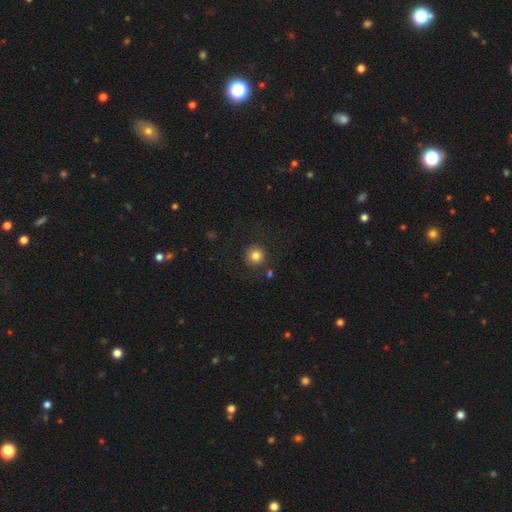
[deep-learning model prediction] The model was most divided on "smooth or featured": smooth: 82%, star or artifact: 11%, featured or disk: 6%. More confident: how rounded — round (94%); merging — none (85%).